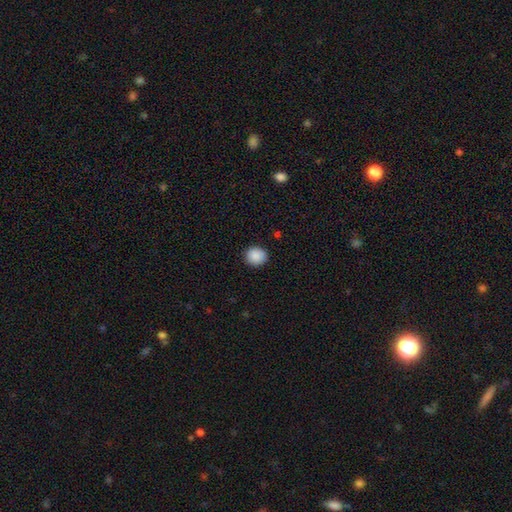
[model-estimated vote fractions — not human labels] Smooth or featured? Predicted: smooth (p=0.89). How rounded? Predicted: round (p=0.84). Merging? Predicted: none (p=0.89).